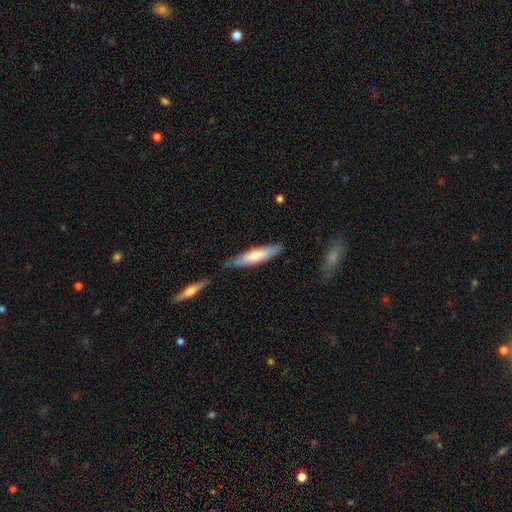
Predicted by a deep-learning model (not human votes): A smooth galaxy with no disk features (63%) that is cigar-shaped (80%). Merging: none (76%).